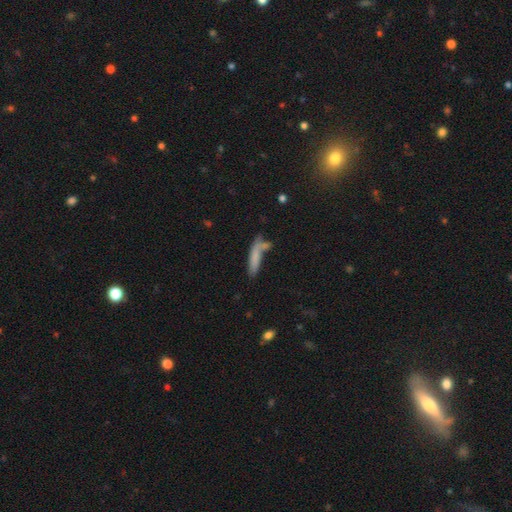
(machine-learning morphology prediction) Smooth or featured: smooth — 72% (featured or disk — 19%)
How rounded: cigar-shaped — 79% (in between — 19%)
Merging: none — 49% (merger — 21%)